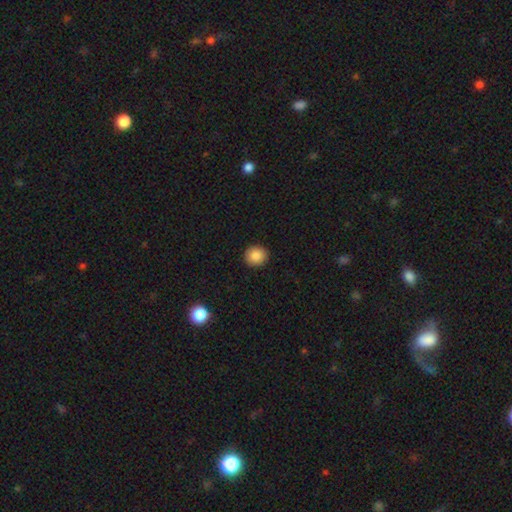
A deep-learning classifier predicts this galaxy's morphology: Smooth or featured: smooth — 87% (star or artifact — 9%)
How rounded: round — 88% (in between — 11%)
Merging: none — 92% (minor disturbance — 5%)